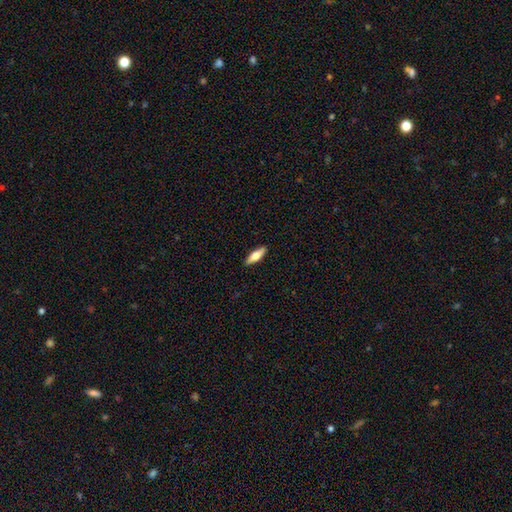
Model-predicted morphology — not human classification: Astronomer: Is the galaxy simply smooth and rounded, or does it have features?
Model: smooth — 60%.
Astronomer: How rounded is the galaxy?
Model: cigar-shaped — 53% (runner-up: in between, 45%).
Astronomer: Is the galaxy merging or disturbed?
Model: none — 89%.